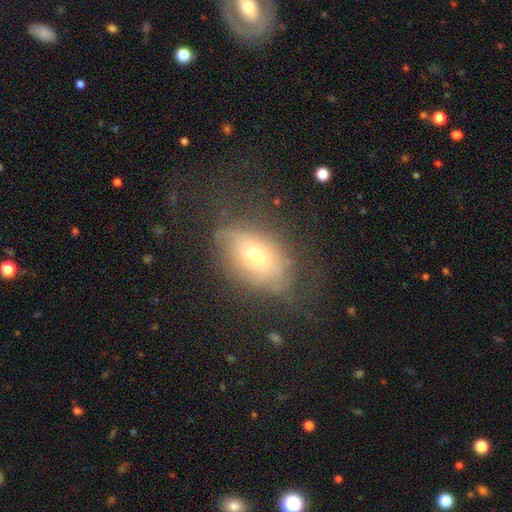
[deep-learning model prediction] A smooth galaxy with no disk features (58%) that is in between round and cigar-shaped (81%). Merging: none (49%).